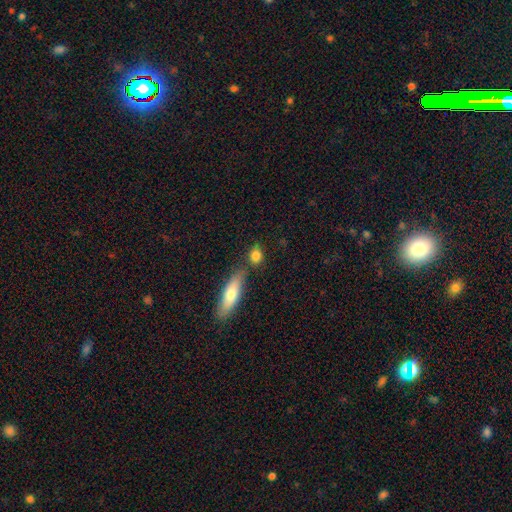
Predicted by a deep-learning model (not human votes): Morphology: type=smooth (82%); roundness=round (54%); merging=none (70%).